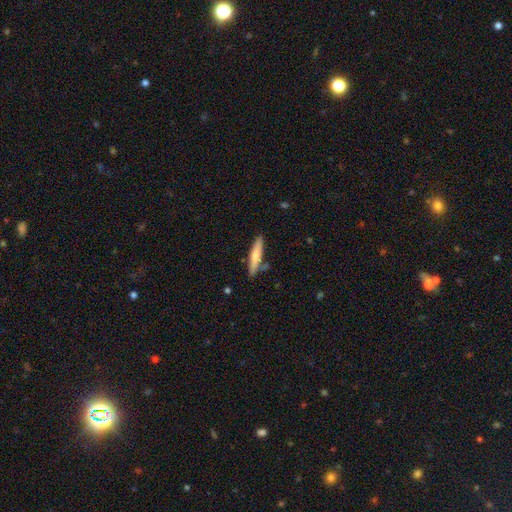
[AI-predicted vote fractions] This is likely a smooth galaxy (67%). How rounded: clearly cigar-shaped (87%). Merging: clearly none (81%).